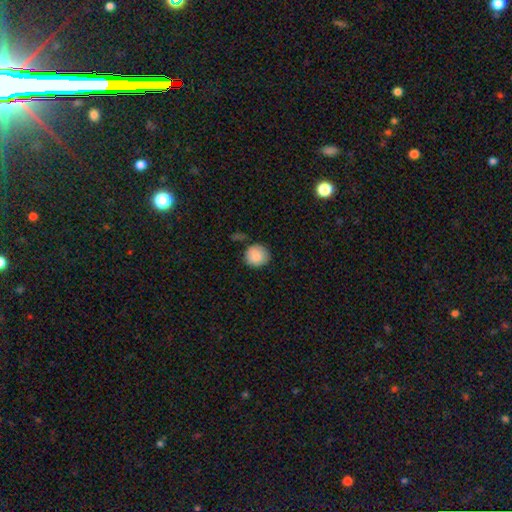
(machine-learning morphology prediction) smooth_or_featured: smooth (p=0.88) [alt: star or artifact p=0.07]
how_rounded: round (p=0.90) [alt: in between p=0.09]
merging: none (p=0.80) [alt: minor disturbance p=0.13]